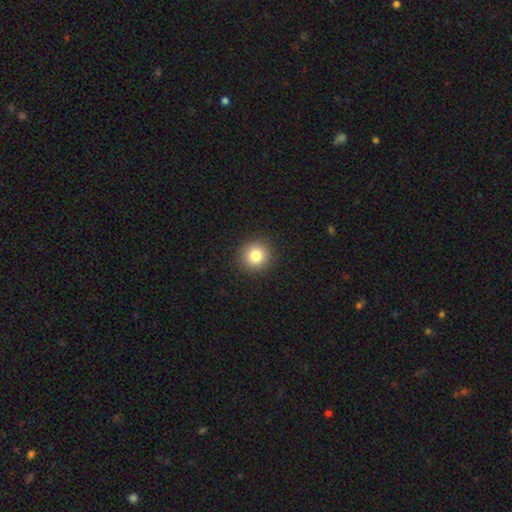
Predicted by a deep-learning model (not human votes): Q: Smooth or featured?
A: smooth (82%); runner-up: star or artifact (11%)
Q: How rounded?
A: round (92%); runner-up: in between (7%)
Q: Merging?
A: none (92%); runner-up: minor disturbance (5%)